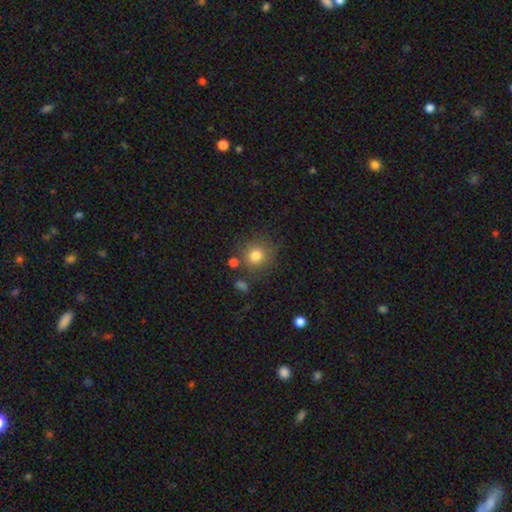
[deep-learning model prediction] smooth-or-featured: smooth: 80% | star or artifact: 11% | featured or disk: 8%
  how-rounded: round: 87% | in between: 12% | cigar-shaped: 1%
  merging: none: 76% | minor disturbance: 13% | merger: 7% | major disturbance: 5%